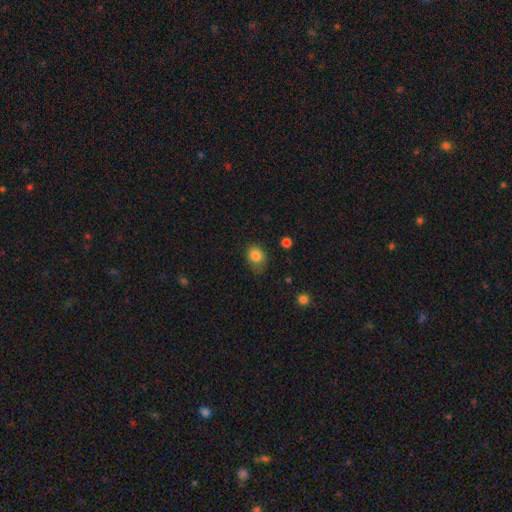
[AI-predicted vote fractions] A smooth galaxy with no disk features (83%) that is round (52%).

Vote fractions:
- Smooth or featured? smooth: 83% / star or artifact: 11% / featured or disk: 7%
- How rounded? round: 52% / in between: 47% / cigar-shaped: 1%
- Merging? none: 62% / minor disturbance: 28% / major disturbance: 8% / merger: 2%